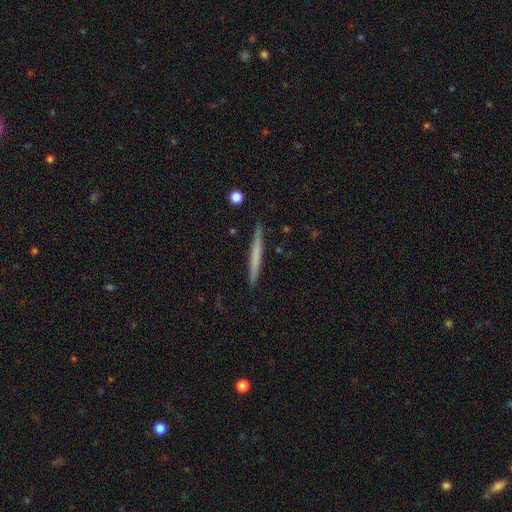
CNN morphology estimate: smooth-or-featured: smooth: 56% | featured or disk: 38% | star or artifact: 5%
  how-rounded: cigar-shaped: 97% | in between: 2% | round: 1%
  merging: none: 91% | minor disturbance: 7% | merger: 1% | major disturbance: 1%